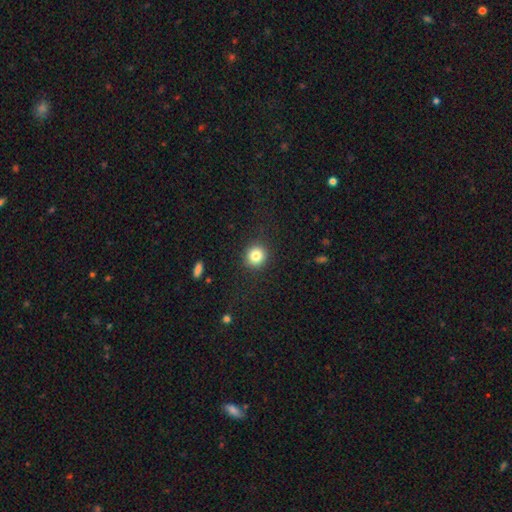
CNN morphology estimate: type=smooth (83%); roundness=round (89%); merging=none (90%).